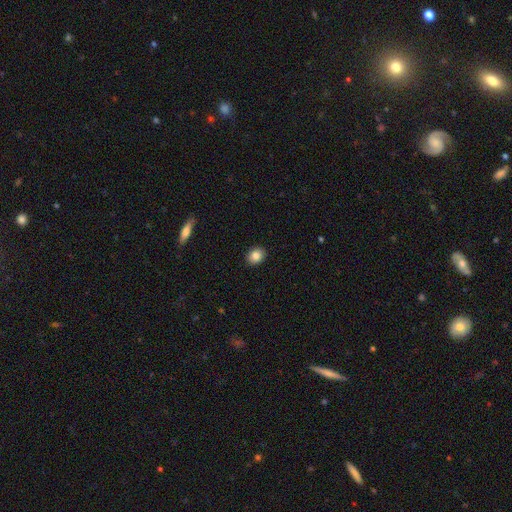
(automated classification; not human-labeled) smooth_or_featured: smooth (p=0.84) [alt: star or artifact p=0.09]
how_rounded: round (p=0.52) [alt: in between p=0.47]
merging: none (p=0.91) [alt: minor disturbance p=0.06]